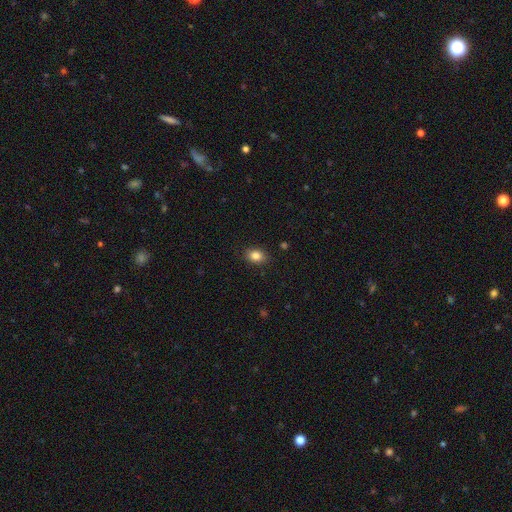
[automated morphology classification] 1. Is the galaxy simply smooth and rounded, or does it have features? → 84% smooth, 10% star or artifact, 6% featured or disk.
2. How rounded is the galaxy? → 70% in between, 29% round, 1% cigar-shaped.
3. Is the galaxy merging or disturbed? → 86% none, 10% minor disturbance, 2% major disturbance, 1% merger.